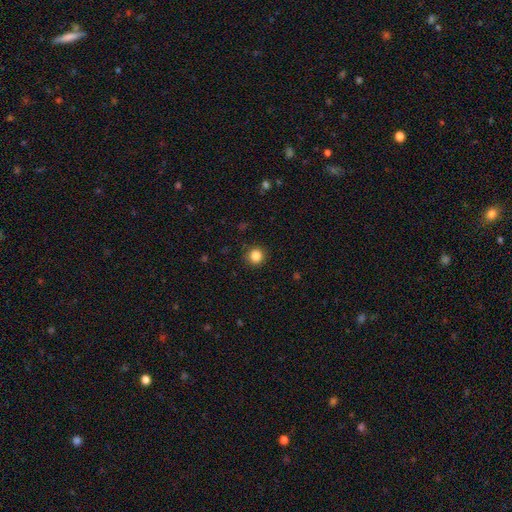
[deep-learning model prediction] Overall: smooth (85%). How rounded: round (94%). Merging: none (91%).